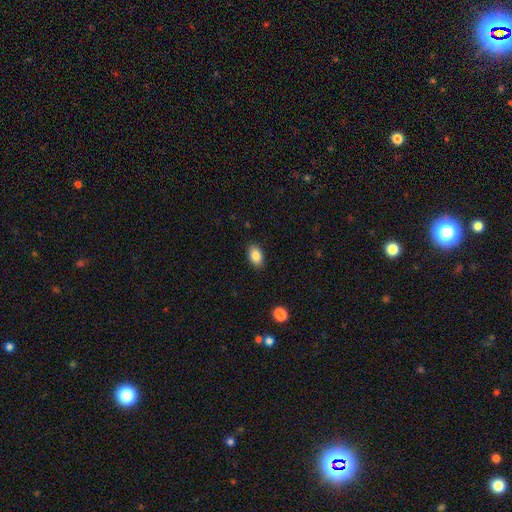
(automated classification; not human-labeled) Smooth or featured? smooth (87%)
How rounded? in between (88%)
Merging? none (88%)